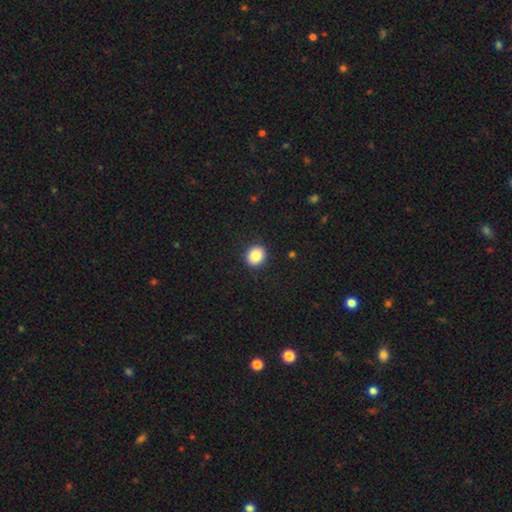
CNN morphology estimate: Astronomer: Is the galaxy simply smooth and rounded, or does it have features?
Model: smooth — 86%.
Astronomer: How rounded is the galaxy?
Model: round — 77%.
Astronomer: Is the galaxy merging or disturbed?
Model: none — 92%.